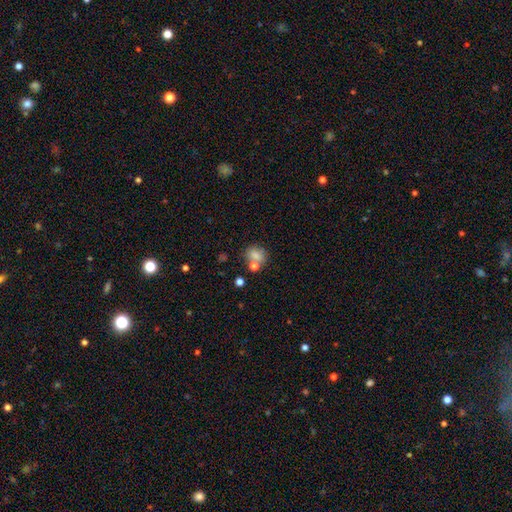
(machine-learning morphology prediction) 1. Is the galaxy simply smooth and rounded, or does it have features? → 76% smooth, 13% star or artifact, 11% featured or disk.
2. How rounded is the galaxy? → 55% round, 44% in between, 2% cigar-shaped.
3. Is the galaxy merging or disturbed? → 55% none, 24% merger, 14% minor disturbance, 6% major disturbance.